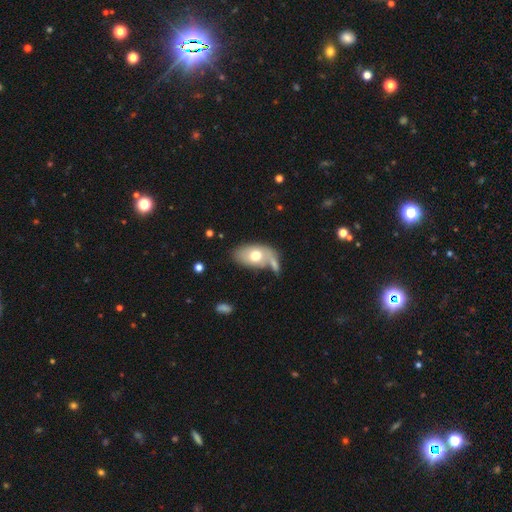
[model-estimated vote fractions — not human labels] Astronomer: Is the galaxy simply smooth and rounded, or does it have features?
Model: smooth — 64%.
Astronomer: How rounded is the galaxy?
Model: in between — 91%.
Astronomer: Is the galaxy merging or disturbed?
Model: none — 45% (runner-up: merger, 25%).